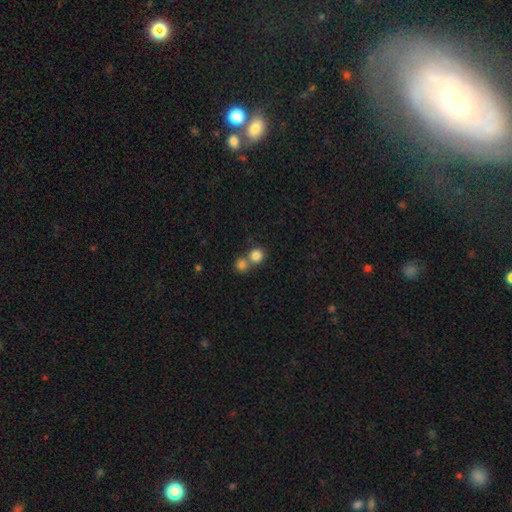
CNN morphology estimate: smooth 82%, star or artifact 11%, featured or disk 7%. Down the decision tree: how rounded — round (88%); merging — none (46%, tied with merger).